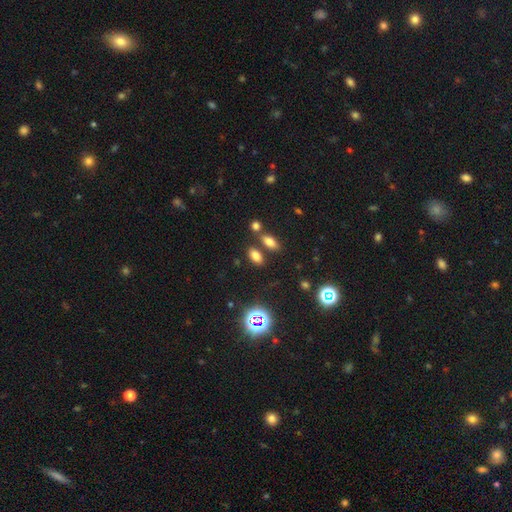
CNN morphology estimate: Smooth or featured: smooth — 75% (star or artifact — 18%)
How rounded: in between — 86% (cigar-shaped — 7%)
Merging: none — 72% (merger — 14%)